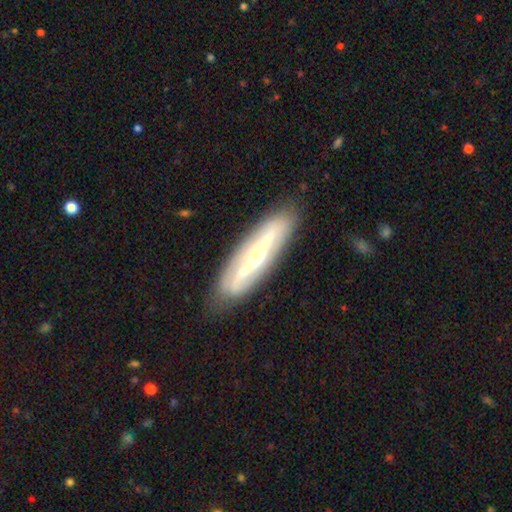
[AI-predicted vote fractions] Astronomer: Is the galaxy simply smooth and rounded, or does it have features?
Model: featured or disk — 69%.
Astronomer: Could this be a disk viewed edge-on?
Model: no — 57% (runner-up: yes, 43%).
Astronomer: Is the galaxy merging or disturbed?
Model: none — 82%.